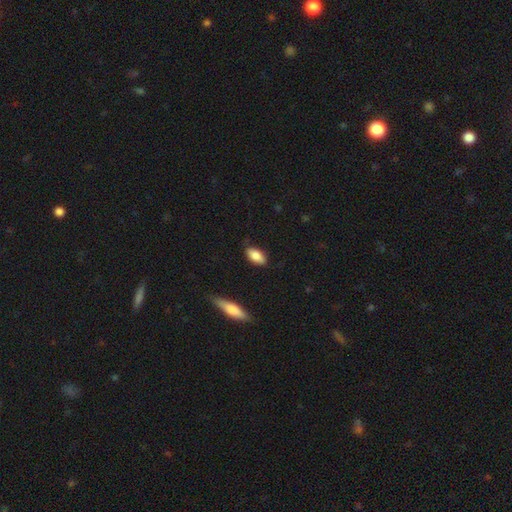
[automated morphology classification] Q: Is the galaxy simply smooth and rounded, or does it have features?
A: smooth — 84%.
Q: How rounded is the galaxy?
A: in between — 90%.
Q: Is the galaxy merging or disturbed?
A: none — 83%.